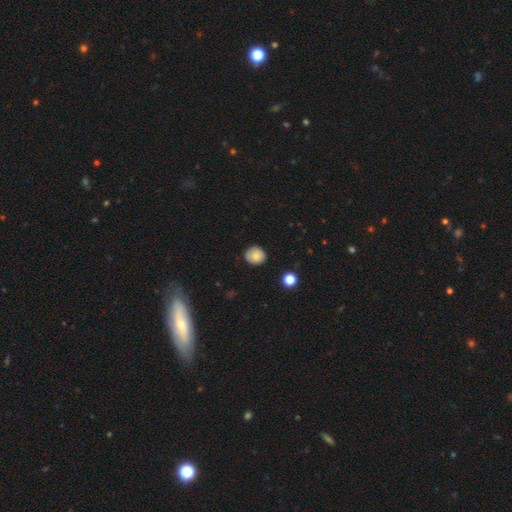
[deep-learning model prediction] Smooth or featured? Predicted: smooth (p=0.80). How rounded? Predicted: round (p=0.81). Merging? Predicted: none (p=0.85).